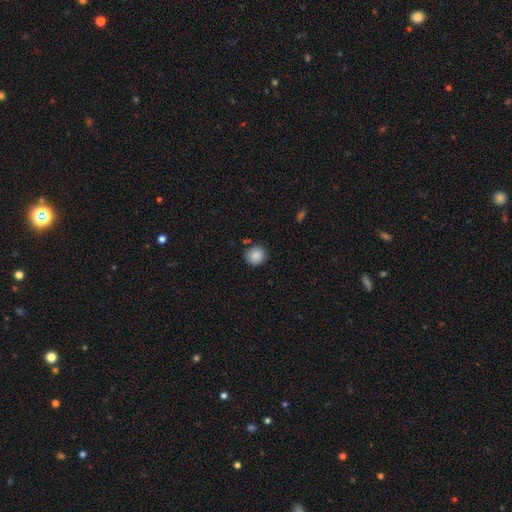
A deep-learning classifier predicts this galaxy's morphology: The model was most divided on "merging": none: 85%, minor disturbance: 10%, merger: 3%, major disturbance: 2%. More confident: how rounded — round (89%); smooth or featured — smooth (87%).